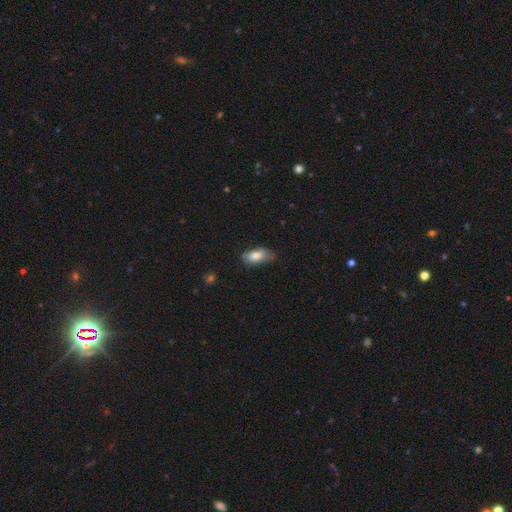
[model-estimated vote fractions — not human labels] This appears to be a smooth galaxy with no disk features (80%) that is in between round and cigar-shaped (89%). Merging: none (63%).